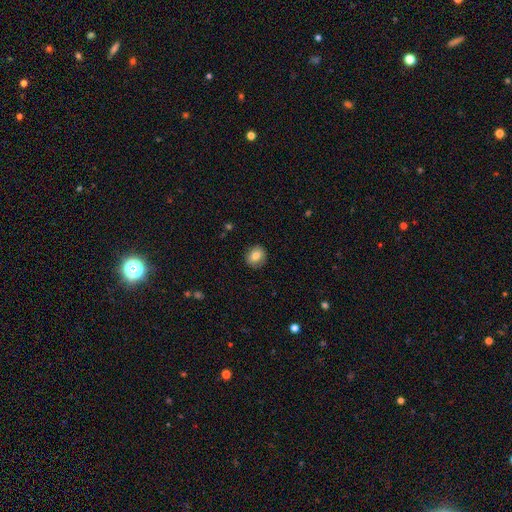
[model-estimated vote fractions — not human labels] Smooth or featured? smooth (78%)
How rounded? round (78%)
Merging? none (88%)